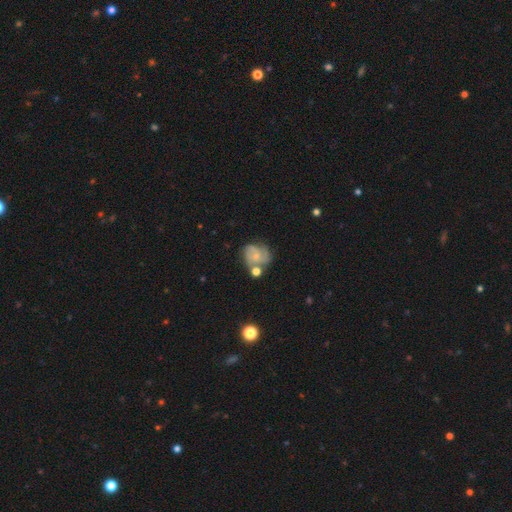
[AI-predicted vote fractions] Smooth or featured? featured or disk (61%)
Edge-on disk? no (98%)
Bar? no (76%)
Spiral arms? yes (84%)
Spiral winding? tight (42%)
Spiral arm count? 2 (29%)
Bulge size? small (68%)
Merging? none (49%)